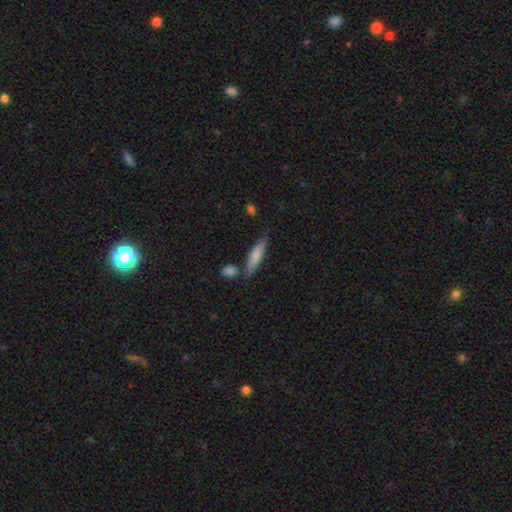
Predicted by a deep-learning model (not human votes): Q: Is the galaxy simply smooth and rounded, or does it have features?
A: smooth — 75%.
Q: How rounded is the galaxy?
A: cigar-shaped — 73%.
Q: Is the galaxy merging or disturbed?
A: none — 71%.